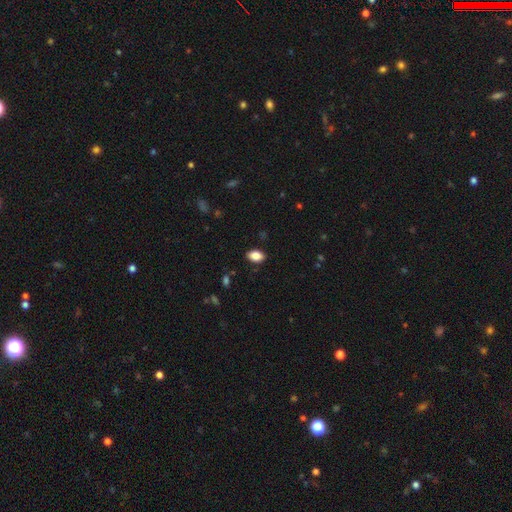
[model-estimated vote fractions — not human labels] This appears to be a smooth galaxy with no disk features (87%) that is in between round and cigar-shaped (91%). Merging: none (87%).